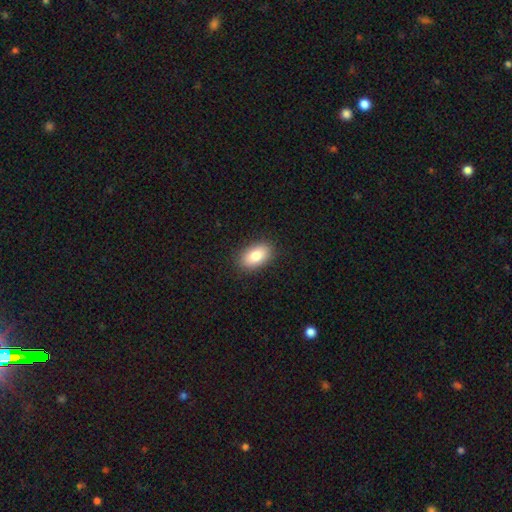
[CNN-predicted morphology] A smooth galaxy with no disk features (84%) that is in between round and cigar-shaped (92%). Merging: none (89%).